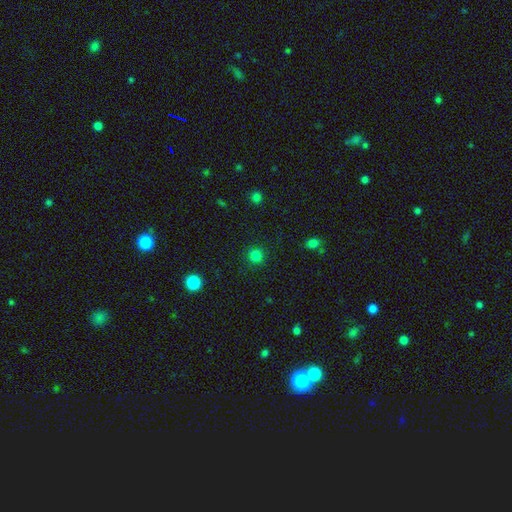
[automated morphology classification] smooth 82%, star or artifact 14%, featured or disk 4%. Down the decision tree: how rounded — round (93%); merging — none (90%).